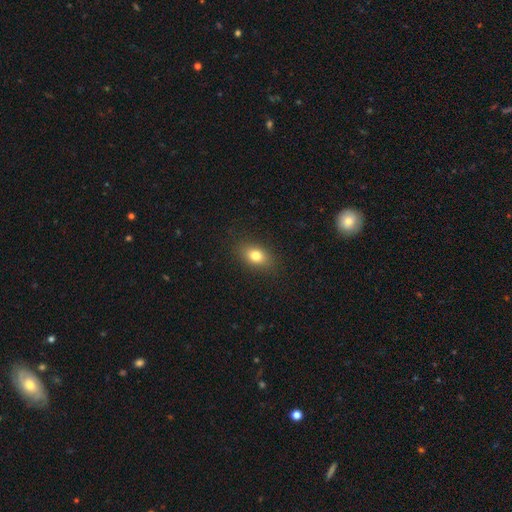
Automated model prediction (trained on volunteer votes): This appears to be a smooth galaxy with no disk features (79%) that is in between round and cigar-shaped (79%). Merging: none (87%).